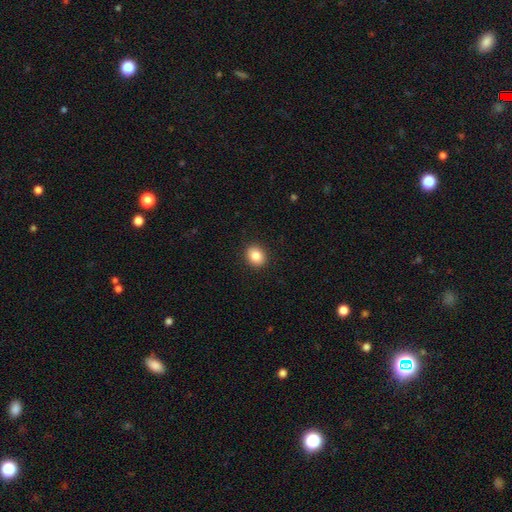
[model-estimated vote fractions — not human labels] Smooth or featured? smooth (86%)
How rounded? round (62%)
Merging? none (91%)